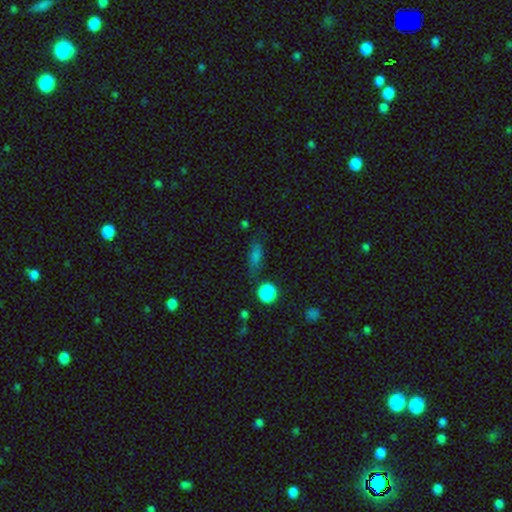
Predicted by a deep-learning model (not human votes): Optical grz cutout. It shows a smooth galaxy with no disk features (68%) that is in between round and cigar-shaped (57%). Merging: none (69%).